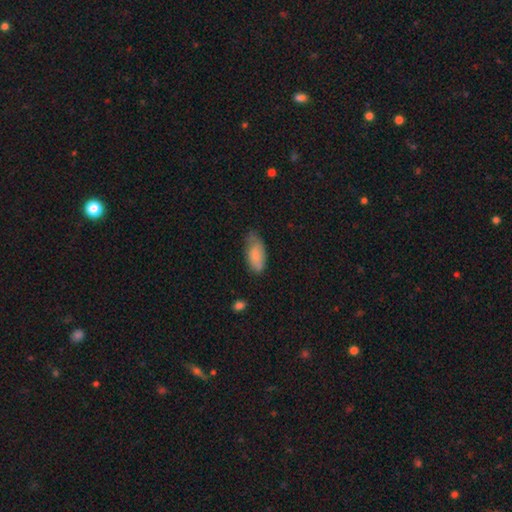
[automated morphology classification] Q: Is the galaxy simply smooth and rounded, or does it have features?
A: smooth — 80%.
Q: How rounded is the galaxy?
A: in between — 87%.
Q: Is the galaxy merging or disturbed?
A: none — 52%.